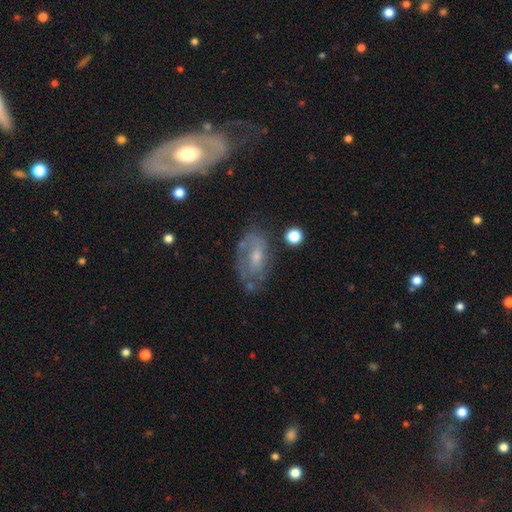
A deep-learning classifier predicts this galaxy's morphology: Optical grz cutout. It shows a featured or disk galaxy (62%) with no bar (61%), spiral arms (68%) and a small central bulge (54%). Merging: none (57%).